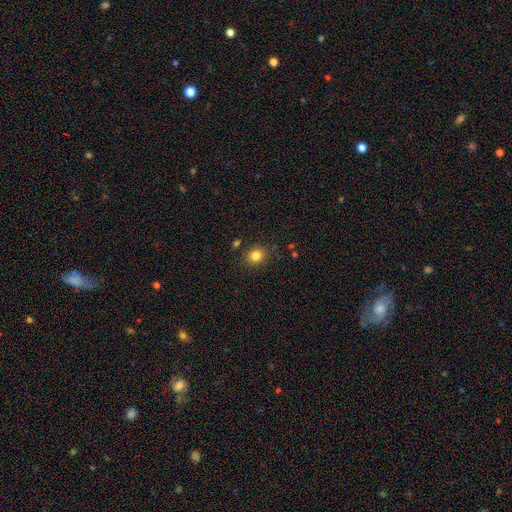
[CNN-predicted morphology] type=smooth (83%); roundness=round (69%); merging=none (85%).